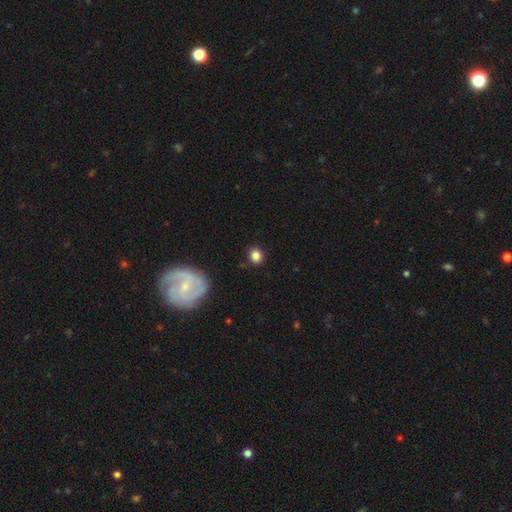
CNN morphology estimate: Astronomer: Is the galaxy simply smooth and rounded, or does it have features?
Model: smooth — 83%.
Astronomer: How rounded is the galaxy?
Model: round — 75%.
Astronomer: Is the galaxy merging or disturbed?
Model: none — 86%.